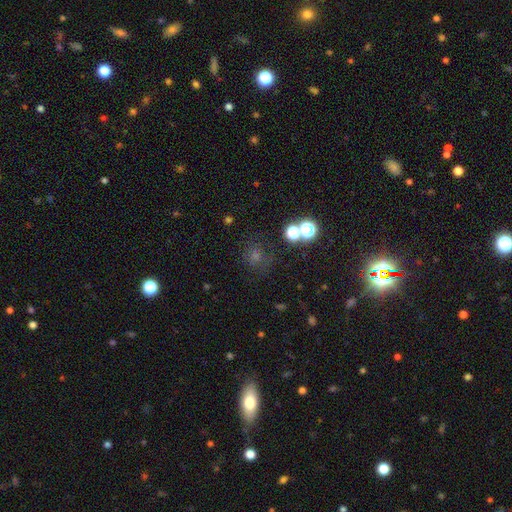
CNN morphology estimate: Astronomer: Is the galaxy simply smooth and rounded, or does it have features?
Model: smooth — 50% (runner-up: star or artifact, 38%).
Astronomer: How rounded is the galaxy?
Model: round — 85%.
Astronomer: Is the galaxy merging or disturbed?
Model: none — 73%.